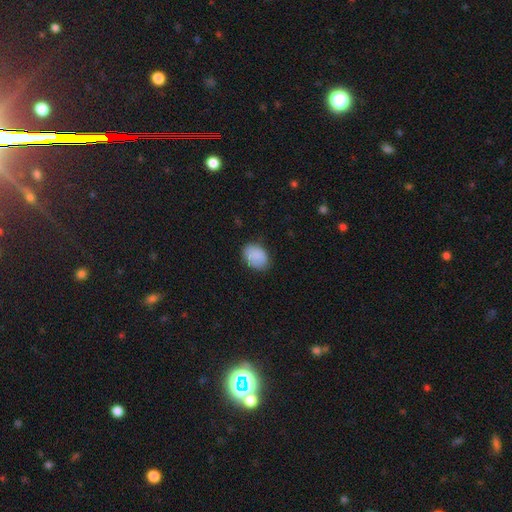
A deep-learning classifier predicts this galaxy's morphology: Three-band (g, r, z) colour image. It shows a smooth galaxy with no disk features (86%) that is in between round and cigar-shaped (72%). Merging: none (77%).